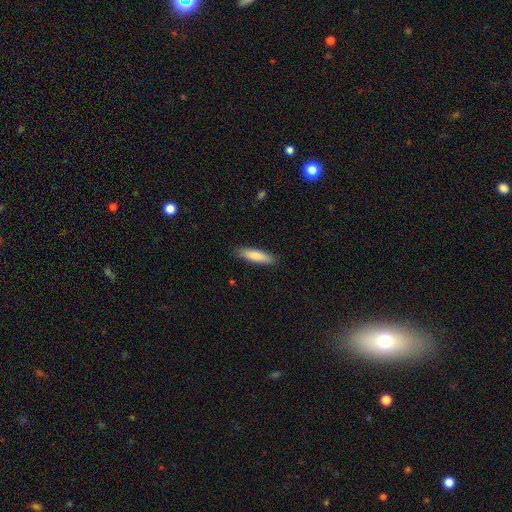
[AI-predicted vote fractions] The model was most divided on "how rounded": cigar-shaped: 71%, in between: 27%, round: 1%. More confident: merging — none (88%); smooth or featured — smooth (84%).